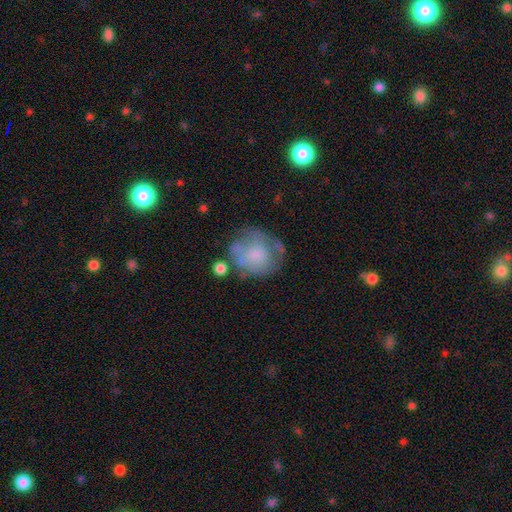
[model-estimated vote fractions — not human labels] smooth-or-featured: smooth: 50% | featured or disk: 41% | star or artifact: 10%
  merging: none: 53% | minor disturbance: 24% | major disturbance: 16% | merger: 8%